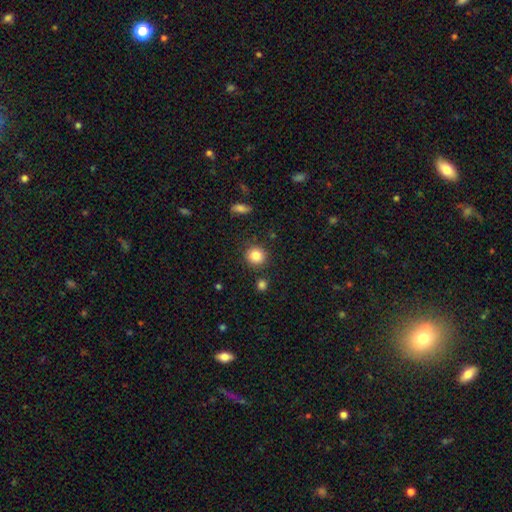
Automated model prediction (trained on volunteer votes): smooth_or_featured: smooth (p=0.85) [alt: star or artifact p=0.10]
how_rounded: round (p=0.88) [alt: in between p=0.11]
merging: none (p=0.86) [alt: minor disturbance p=0.08]